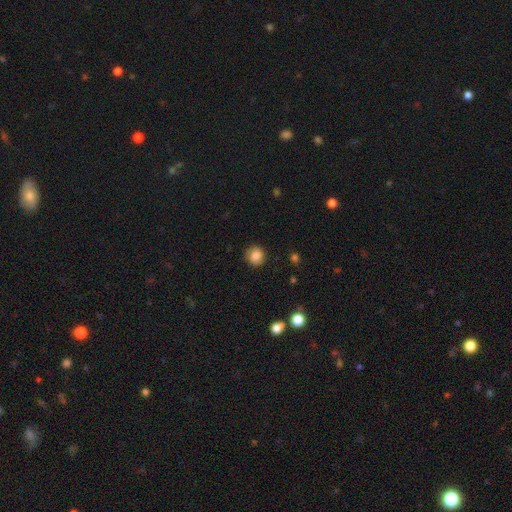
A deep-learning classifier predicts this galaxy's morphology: smooth_or_featured: smooth (p=0.82) [alt: star or artifact p=0.10]
how_rounded: round (p=0.89) [alt: in between p=0.10]
merging: none (p=0.87) [alt: minor disturbance p=0.10]